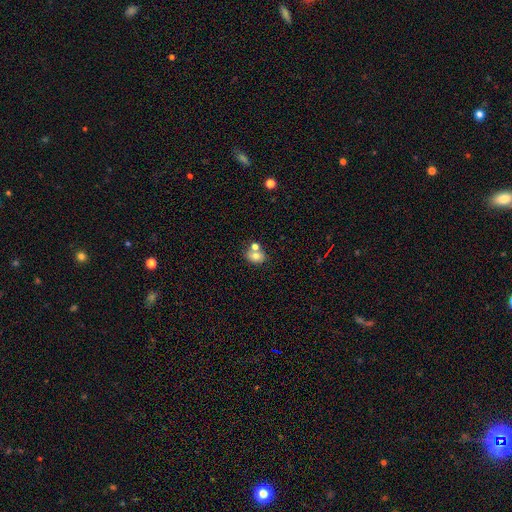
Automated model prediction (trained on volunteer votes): Smooth or featured?
  - smooth: 71% *
  - featured or disk: 17%
  - star or artifact: 12%
How rounded?
  - in between: 51% *
  - round: 48%
  - cigar-shaped: 1%
Merging?
  - none: 51% *
  - merger: 33%
  - minor disturbance: 12%
  - major disturbance: 4%